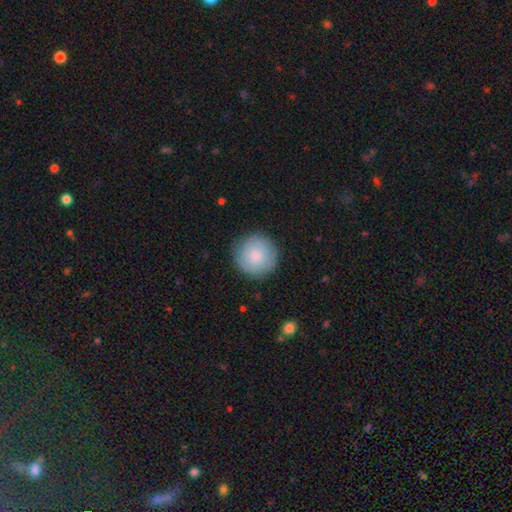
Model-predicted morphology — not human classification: smooth_or_featured: smooth (p=0.80) [alt: featured or disk p=0.14]
how_rounded: round (p=0.96) [alt: in between p=0.03]
merging: none (p=0.86) [alt: minor disturbance p=0.10]